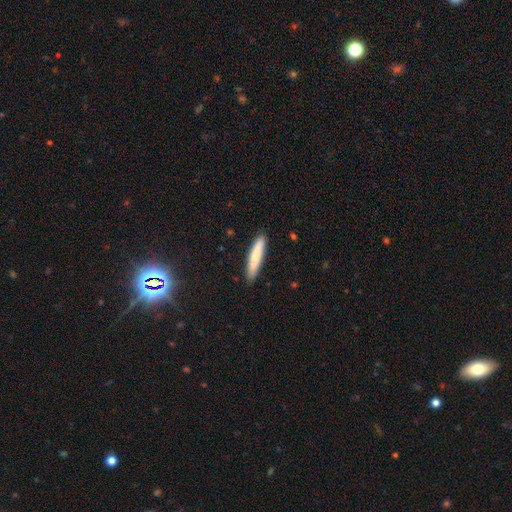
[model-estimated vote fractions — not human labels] The model was most divided on "smooth or featured": smooth: 78%, featured or disk: 17%, star or artifact: 6%. More confident: how rounded — cigar-shaped (89%); merging — none (89%).